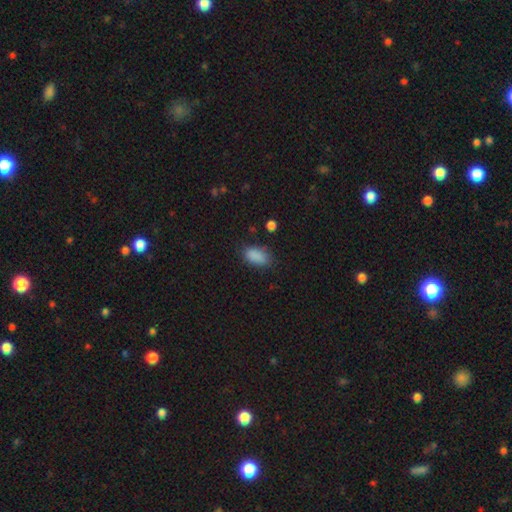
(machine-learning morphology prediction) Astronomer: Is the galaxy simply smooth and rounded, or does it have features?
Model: smooth — 87%.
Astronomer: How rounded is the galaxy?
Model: in between — 90%.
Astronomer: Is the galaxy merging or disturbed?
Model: none — 75%.